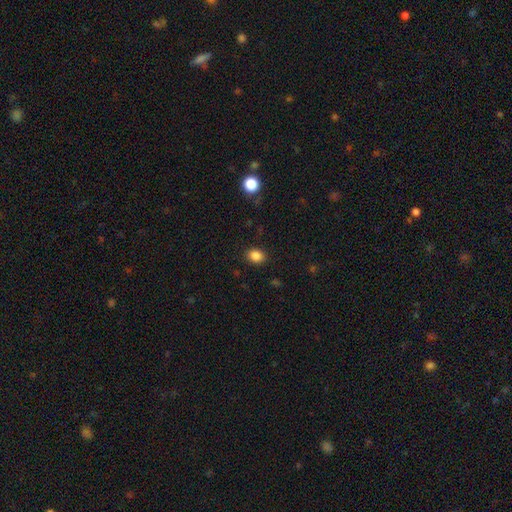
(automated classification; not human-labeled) Smooth or featured? Predicted: smooth (p=0.85). How rounded? Predicted: in between (p=0.59). Merging? Predicted: none (p=0.88).